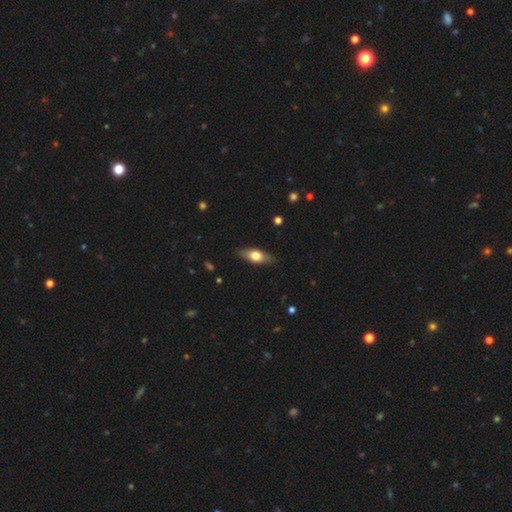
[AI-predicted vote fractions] A smooth galaxy with no disk features (59%) that is in between round and cigar-shaped (73%).

Vote fractions:
- Smooth or featured? smooth: 59% / featured or disk: 35% / star or artifact: 6%
- How rounded? in between: 73% / cigar-shaped: 23% / round: 4%
- Merging? none: 84% / minor disturbance: 12% / major disturbance: 2% / merger: 1%